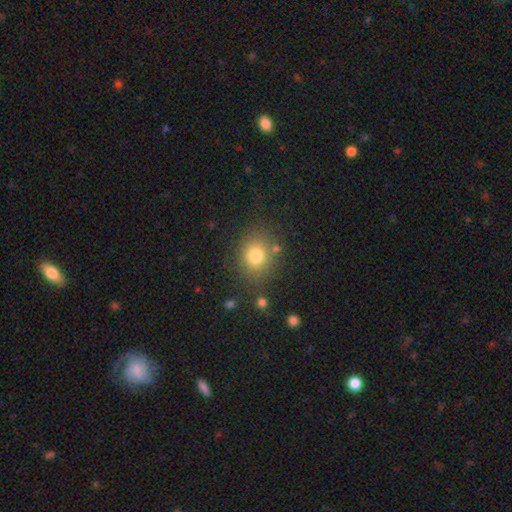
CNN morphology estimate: Smooth or featured? Predicted: smooth (p=0.78). How rounded? Predicted: round (p=0.64). Merging? Predicted: none (p=0.77).